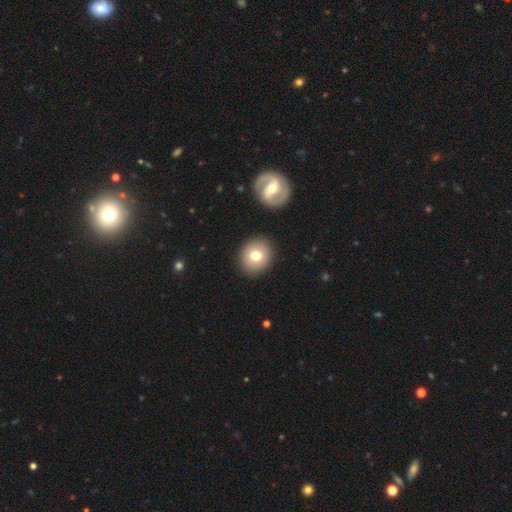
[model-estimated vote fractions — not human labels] Smooth or featured? smooth (74%)
How rounded? round (79%)
Merging? none (89%)